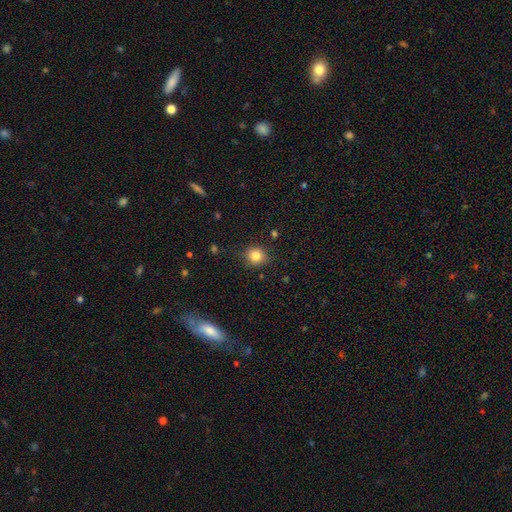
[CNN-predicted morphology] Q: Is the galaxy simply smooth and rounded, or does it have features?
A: smooth — 83%.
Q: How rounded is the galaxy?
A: round — 82%.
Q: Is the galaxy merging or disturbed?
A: none — 86%.